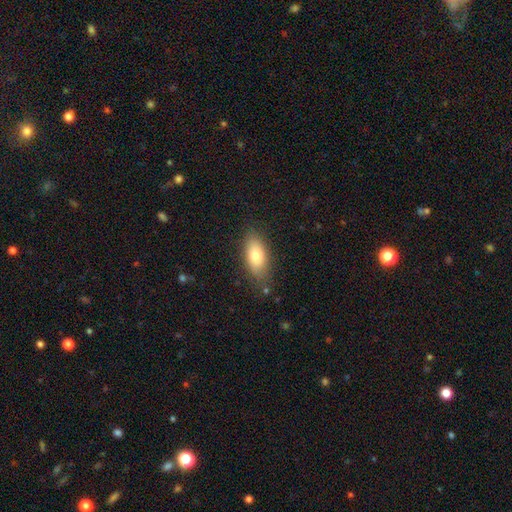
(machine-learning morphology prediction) Overall: smooth (78%). How rounded: in between (85%). Merging: none (80%).